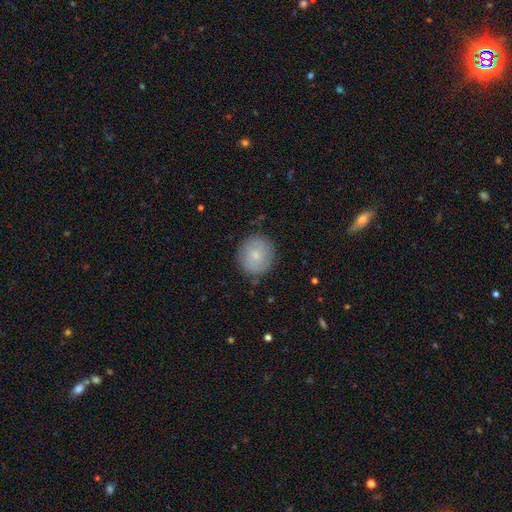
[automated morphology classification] Smooth or featured? smooth (72%)
How rounded? round (86%)
Merging? none (84%)